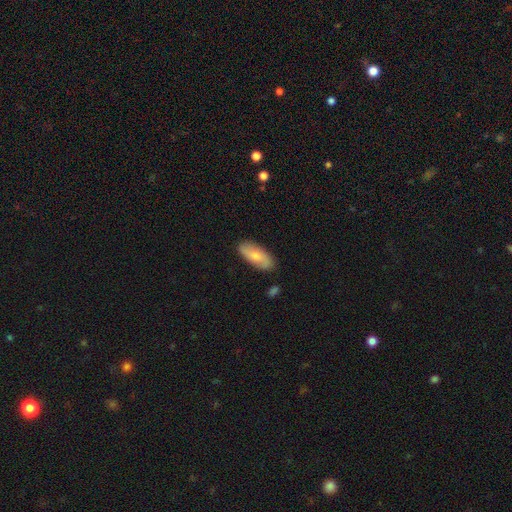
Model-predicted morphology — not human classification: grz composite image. It shows a smooth galaxy with no disk features (66%) that is in between round and cigar-shaped (84%). Merging: none (83%).